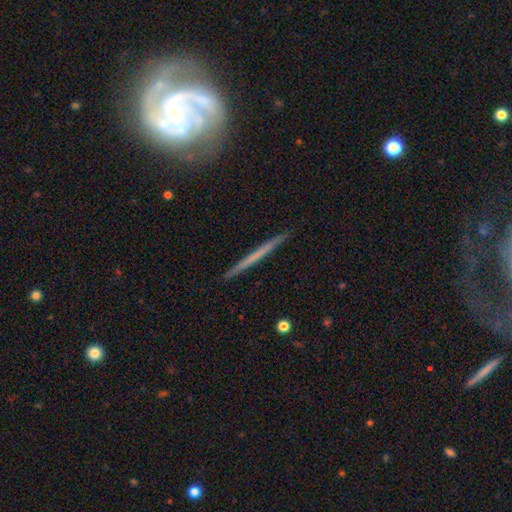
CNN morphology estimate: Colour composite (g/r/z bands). It shows a featured or disk galaxy (51%) viewed edge-on (96%). Merging: none (91%).